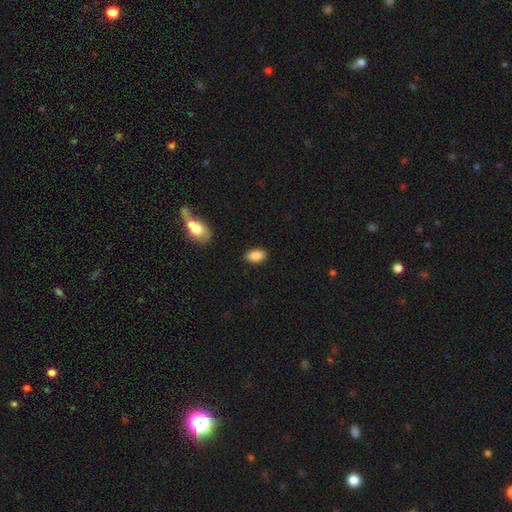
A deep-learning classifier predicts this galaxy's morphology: type=smooth (88%); roundness=in between (91%); merging=none (88%).